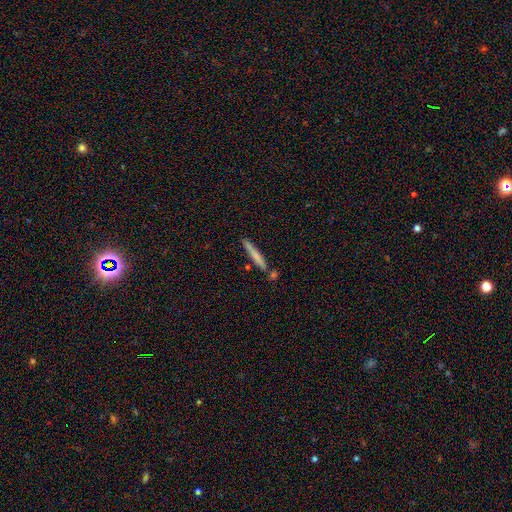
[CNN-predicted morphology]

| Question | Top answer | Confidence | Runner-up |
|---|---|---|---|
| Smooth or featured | smooth | 69% | featured or disk (25%) |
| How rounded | cigar-shaped | 95% | in between (3%) |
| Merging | none | 77% | minor disturbance (11%) |